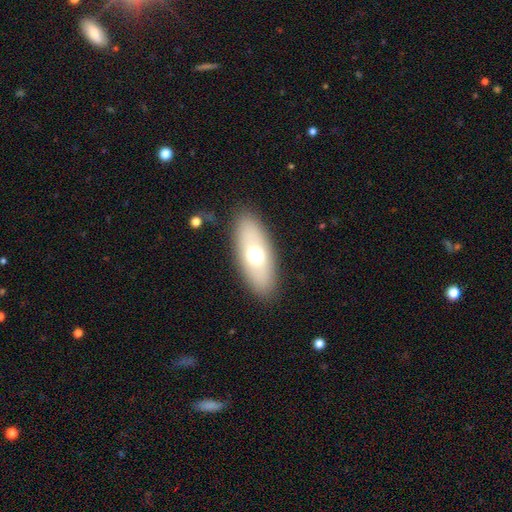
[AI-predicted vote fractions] Smooth or featured?
  - smooth: 63% *
  - featured or disk: 29%
  - star or artifact: 8%
How rounded?
  - in between: 77% *
  - cigar-shaped: 18%
  - round: 5%
Merging?
  - none: 87% *
  - minor disturbance: 9%
  - major disturbance: 3%
  - merger: 1%